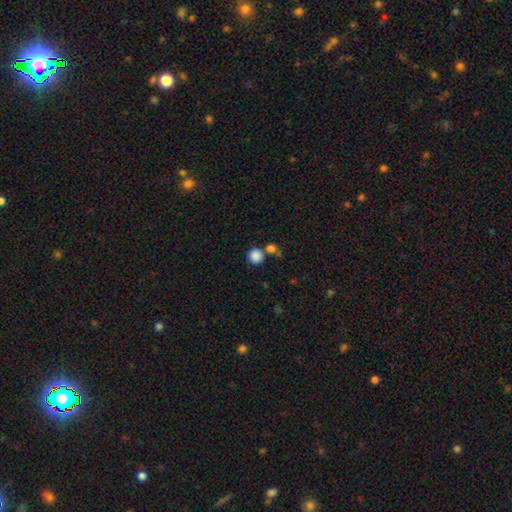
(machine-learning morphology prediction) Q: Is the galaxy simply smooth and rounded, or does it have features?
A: smooth — 86%.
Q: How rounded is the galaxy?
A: round — 91%.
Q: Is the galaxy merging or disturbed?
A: none — 67%.